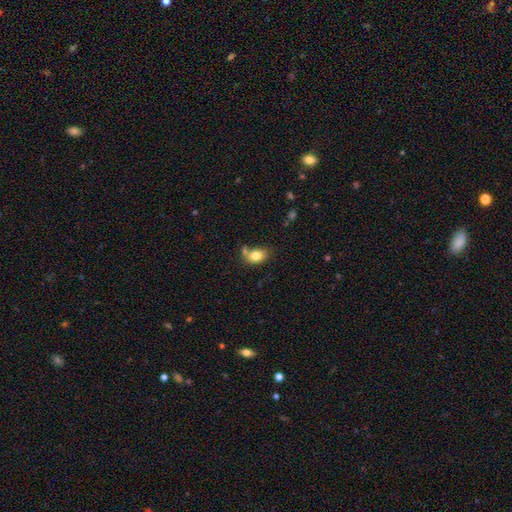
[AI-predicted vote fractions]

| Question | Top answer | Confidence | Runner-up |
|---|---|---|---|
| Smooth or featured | smooth | 80% | featured or disk (11%) |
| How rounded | in between | 80% | round (19%) |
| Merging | none | 56% | merger (20%) |